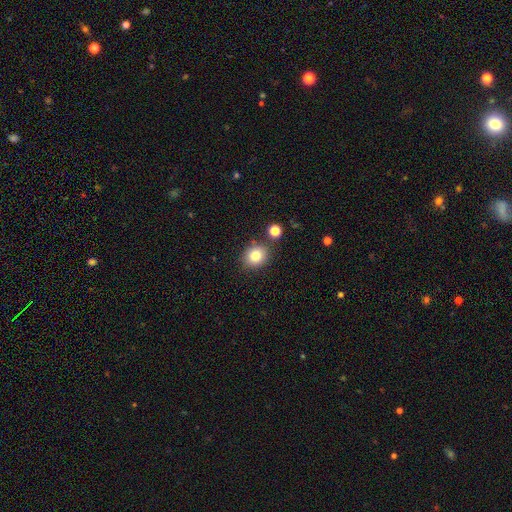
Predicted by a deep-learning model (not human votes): Smooth or featured? smooth (81%)
How rounded? round (71%)
Merging? none (79%)